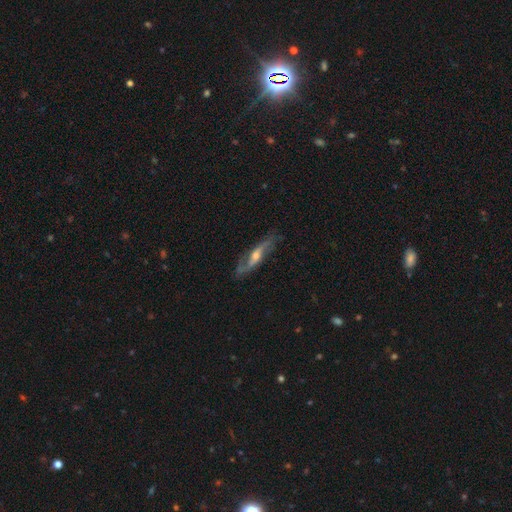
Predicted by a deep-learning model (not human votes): A featured or disk galaxy (80%) with a weak bar (40%), spiral arms (92%) and a moderate central bulge (59%).

Vote fractions:
- Smooth or featured? featured or disk: 80% / smooth: 13% / star or artifact: 6%
- Edge-on disk? no: 67% / yes: 33%
- Bar? weak: 40% / no: 38% / strong: 22%
- Spiral arms? yes: 92% / no: 8%
- Bulge size? moderate: 59% / small: 33% / large: 5% / none: 3% / dominant: 1%
- Merging? none: 77% / minor disturbance: 16% / major disturbance: 6% / merger: 2%